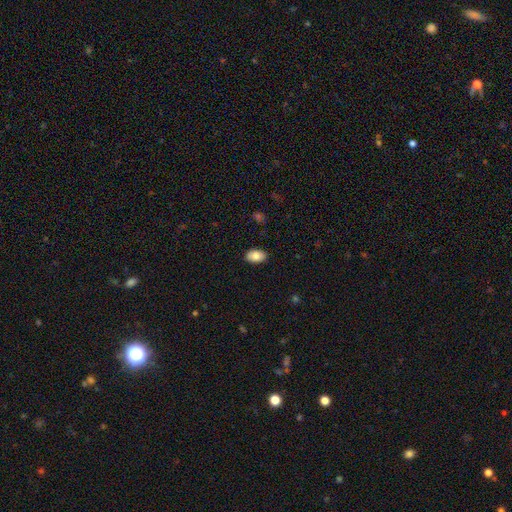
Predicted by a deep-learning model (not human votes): This is clearly a smooth galaxy (84%). How rounded: clearly in between (91%). Merging: clearly none (88%).